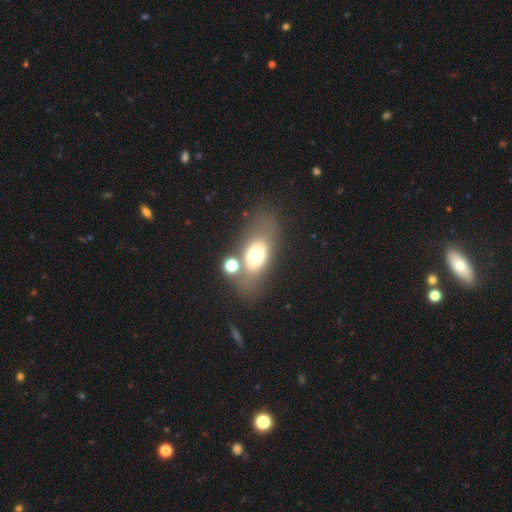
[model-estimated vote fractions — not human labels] Smooth or featured?
  - smooth: 63% *
  - featured or disk: 25%
  - star or artifact: 12%
How rounded?
  - in between: 79% *
  - round: 14%
  - cigar-shaped: 7%
Merging?
  - none: 62% *
  - merger: 15%
  - minor disturbance: 14%
  - major disturbance: 9%